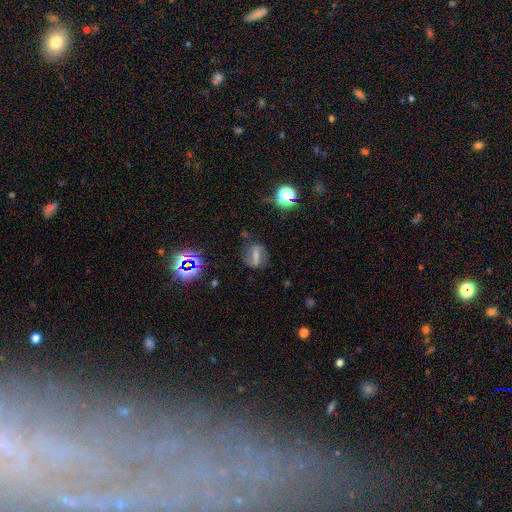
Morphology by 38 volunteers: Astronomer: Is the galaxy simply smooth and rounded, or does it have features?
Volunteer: featured or disk — 47% (runner-up: smooth, 42%).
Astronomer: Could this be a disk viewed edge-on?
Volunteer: no — 89%.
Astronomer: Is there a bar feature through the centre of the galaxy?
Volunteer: strong — 88%.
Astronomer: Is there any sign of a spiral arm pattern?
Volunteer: no — 81%.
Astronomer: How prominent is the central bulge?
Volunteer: small — 50%.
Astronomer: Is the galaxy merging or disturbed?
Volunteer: none — 65%.